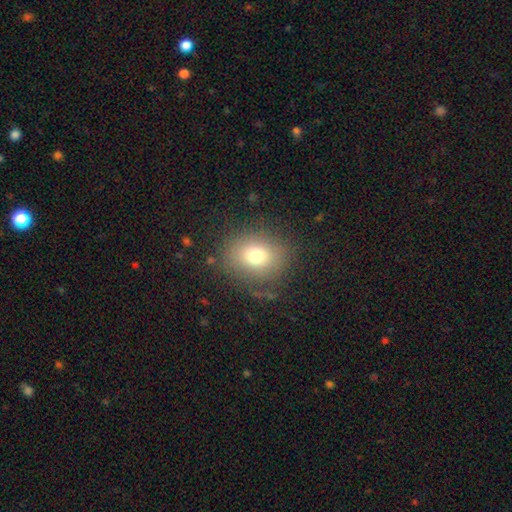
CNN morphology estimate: Smooth or featured?
  - smooth: 75% *
  - star or artifact: 13%
  - featured or disk: 12%
How rounded?
  - round: 61% *
  - in between: 37%
  - cigar-shaped: 1%
Merging?
  - none: 80% *
  - minor disturbance: 12%
  - major disturbance: 6%
  - merger: 2%